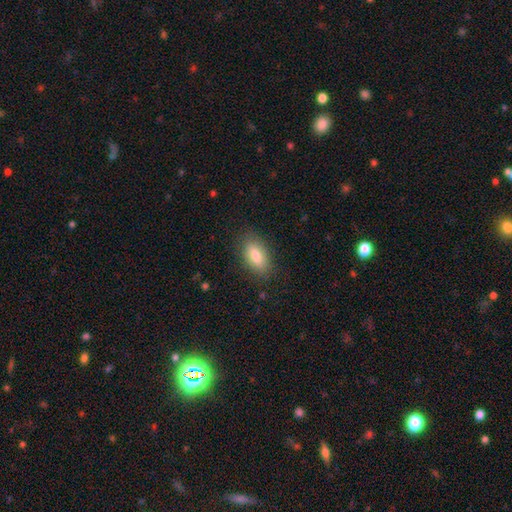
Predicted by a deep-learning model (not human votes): Smooth or featured? Predicted: smooth (p=0.80). How rounded? Predicted: in between (p=0.87). Merging? Predicted: none (p=0.85).